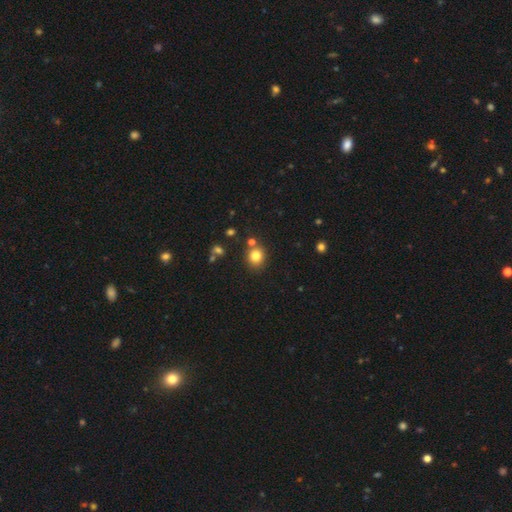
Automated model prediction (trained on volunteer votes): Smooth or featured? Predicted: smooth (p=0.80). How rounded? Predicted: round (p=0.82). Merging? Predicted: none (p=0.78).